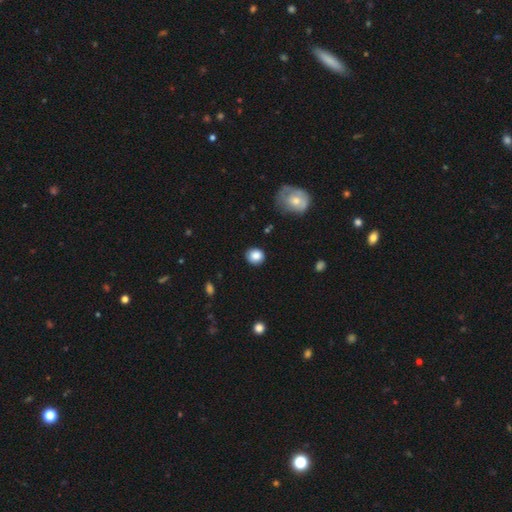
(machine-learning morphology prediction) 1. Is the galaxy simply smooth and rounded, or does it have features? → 86% smooth, 9% star or artifact, 6% featured or disk.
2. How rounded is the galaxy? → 82% round, 17% in between, 1% cigar-shaped.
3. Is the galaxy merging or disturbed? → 84% none, 11% minor disturbance, 3% major disturbance, 2% merger.